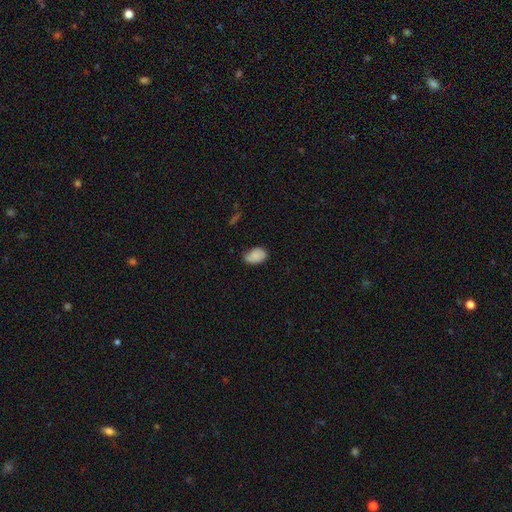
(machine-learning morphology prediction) type=smooth (82%); roundness=in between (88%); merging=none (58%).